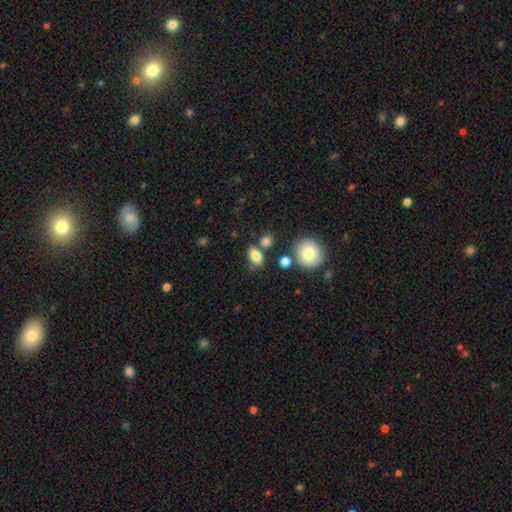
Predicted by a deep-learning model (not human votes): A smooth galaxy with no disk features (83%) that is in between round and cigar-shaped (81%). Merging: none (65%).